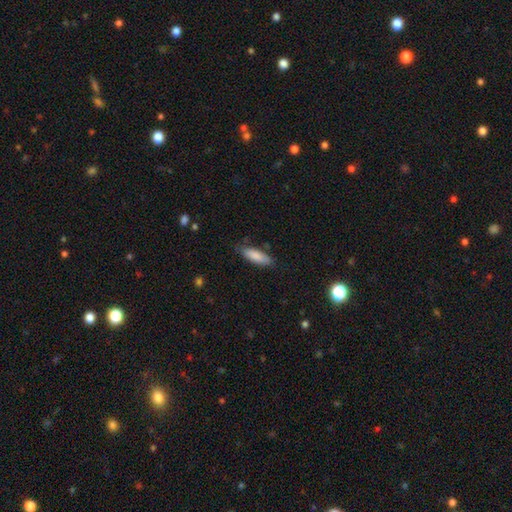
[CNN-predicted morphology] Smooth or featured: smooth — 84% (featured or disk — 10%)
How rounded: in between — 59% (cigar-shaped — 39%)
Merging: none — 76% (minor disturbance — 18%)